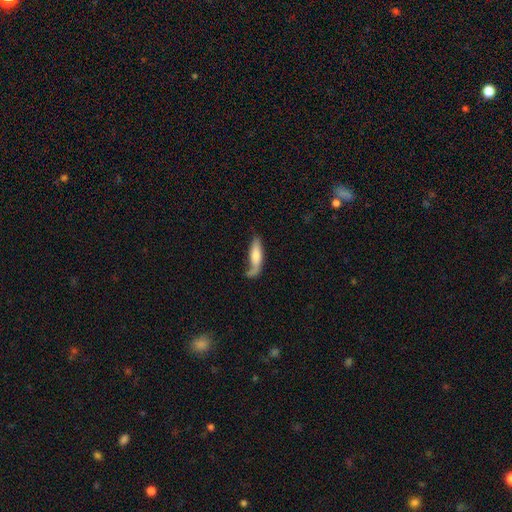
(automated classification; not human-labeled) The model was most divided on "merging": none: 48%, minor disturbance: 26%, major disturbance: 17%, merger: 8%. More confident: how rounded — cigar-shaped (65%); smooth or featured — smooth (61%).